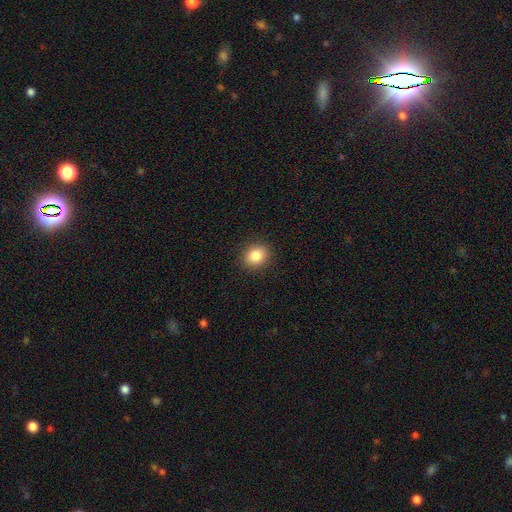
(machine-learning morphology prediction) type=smooth (86%); roundness=round (64%); merging=none (90%).